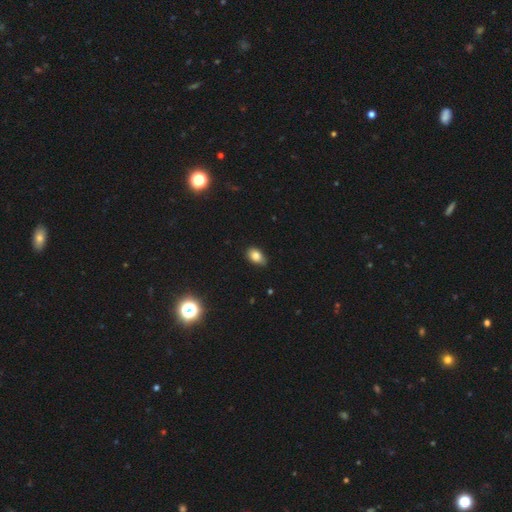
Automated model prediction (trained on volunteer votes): A smooth galaxy with no disk features (83%) that is in between round and cigar-shaped (86%).

Vote fractions:
- Smooth or featured? smooth: 83% / star or artifact: 10% / featured or disk: 8%
- How rounded? in between: 86% / round: 13% / cigar-shaped: 2%
- Merging? none: 76% / minor disturbance: 20% / major disturbance: 2% / merger: 1%